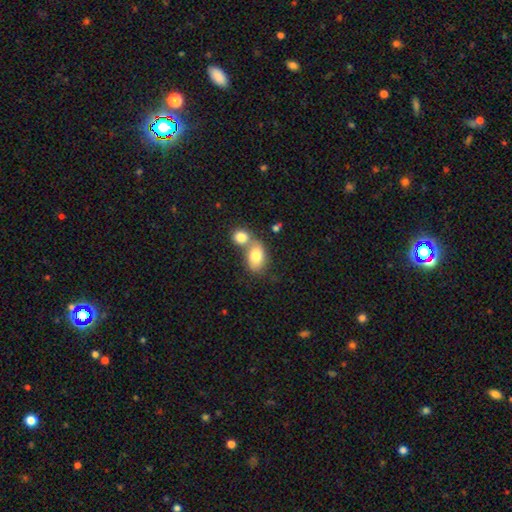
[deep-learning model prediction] Overall: smooth (79%). How rounded: in between (78%). Merging: merger (58%; none 29%).